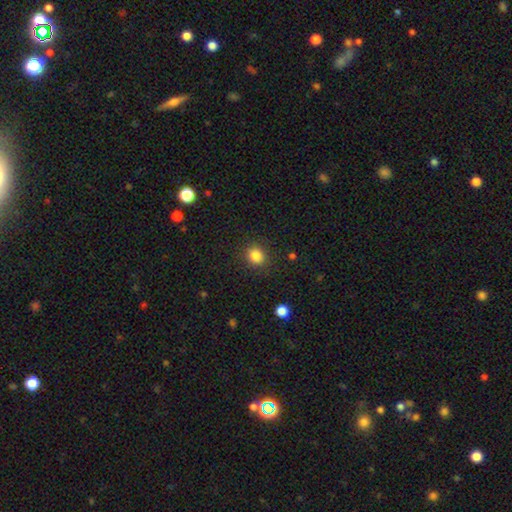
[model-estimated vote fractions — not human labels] Morphology: type=smooth (85%); roundness=round (77%); merging=none (88%).